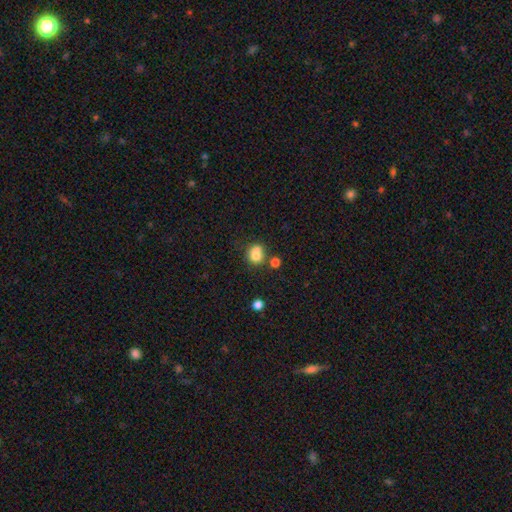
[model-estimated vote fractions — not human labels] A smooth galaxy with no disk features (77%) that is round (68%).

Vote fractions:
- Smooth or featured? smooth: 77% / star or artifact: 12% / featured or disk: 12%
- How rounded? round: 68% / in between: 31% / cigar-shaped: 1%
- Merging? none: 41% / merger: 30% / minor disturbance: 18% / major disturbance: 10%